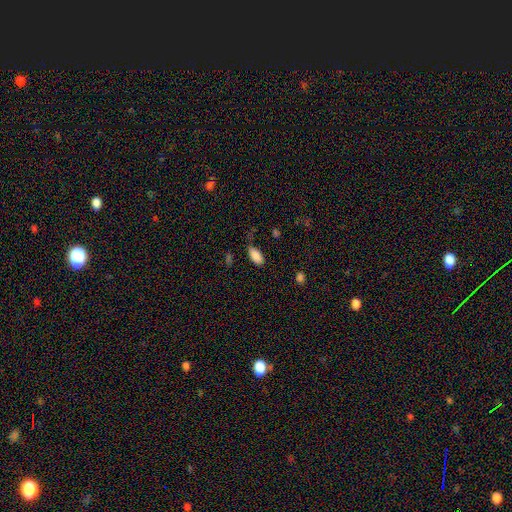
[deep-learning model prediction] smooth_or_featured: smooth (p=0.87) [alt: star or artifact p=0.08]
how_rounded: in between (p=0.94) [alt: cigar-shaped p=0.04]
merging: none (p=0.65) [alt: minor disturbance p=0.25]